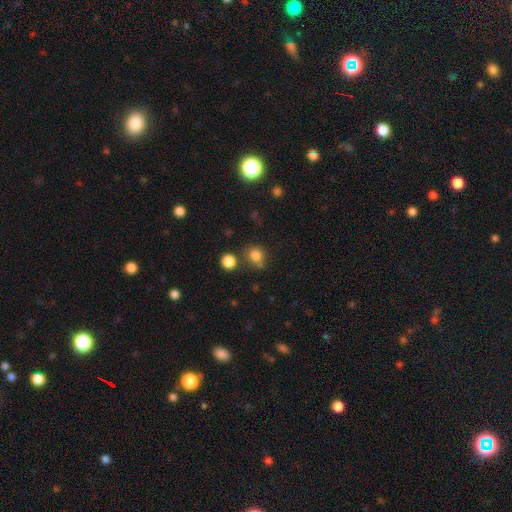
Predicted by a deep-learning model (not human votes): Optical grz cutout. It shows a smooth galaxy with no disk features (80%) that is round (83%). Merging: none (68%).